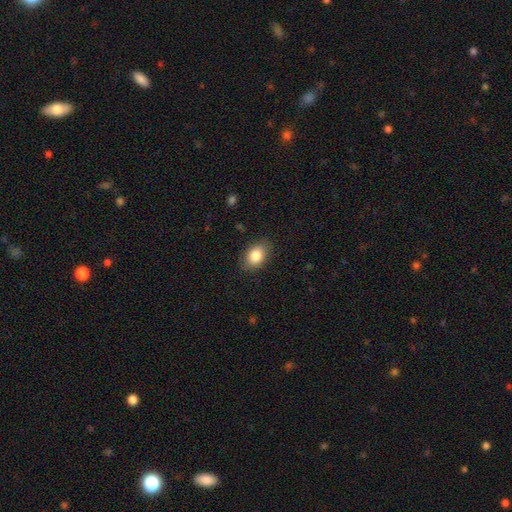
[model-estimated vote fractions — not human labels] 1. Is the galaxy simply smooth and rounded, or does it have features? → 84% smooth, 8% star or artifact, 8% featured or disk.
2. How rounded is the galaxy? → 80% in between, 19% round, 1% cigar-shaped.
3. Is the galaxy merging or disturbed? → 85% none, 12% minor disturbance, 3% major disturbance, 1% merger.